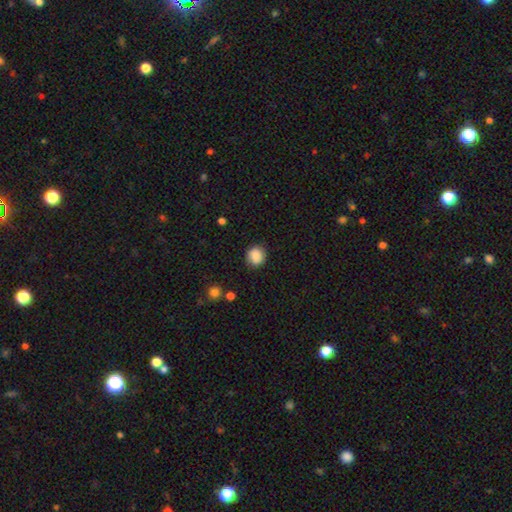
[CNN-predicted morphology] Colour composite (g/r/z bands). It shows a smooth galaxy with no disk features (87%) that is round (81%). Merging: none (84%).